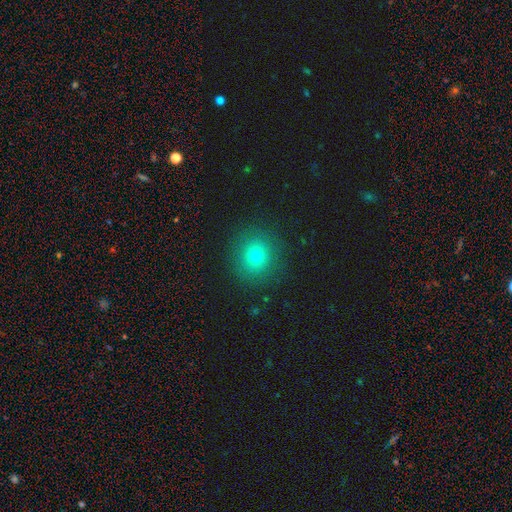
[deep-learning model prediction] Smooth or featured?
  - smooth: 73% *
  - star or artifact: 16%
  - featured or disk: 11%
How rounded?
  - round: 87% *
  - in between: 12%
  - cigar-shaped: 1%
Merging?
  - none: 88% *
  - minor disturbance: 7%
  - major disturbance: 3%
  - merger: 1%